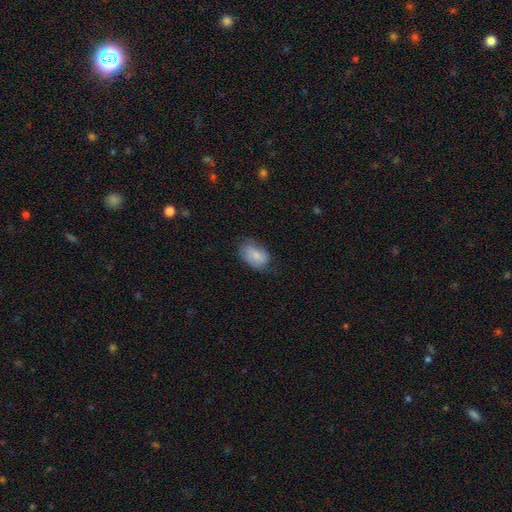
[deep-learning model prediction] smooth 80%, featured or disk 13%, star or artifact 7%. Down the decision tree: how rounded — in between (87%); merging — none (64%).